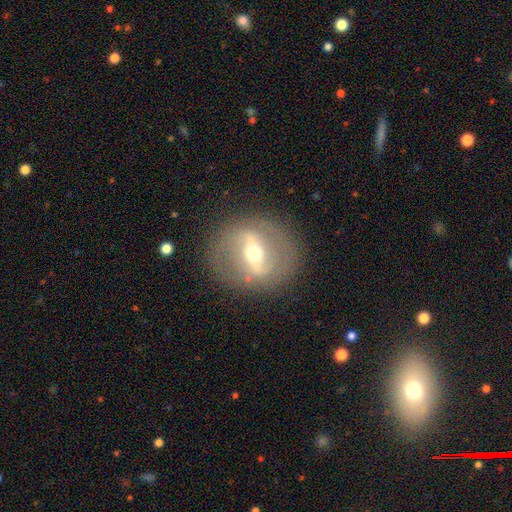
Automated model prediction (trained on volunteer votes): The model was most divided on "spiral arms": yes: 51%, no: 49%. More confident: edge-on disk — no (87%); merging — none (83%); smooth or featured — featured or disk (76%); bar — strong (65%); bulge size — moderate (61%).